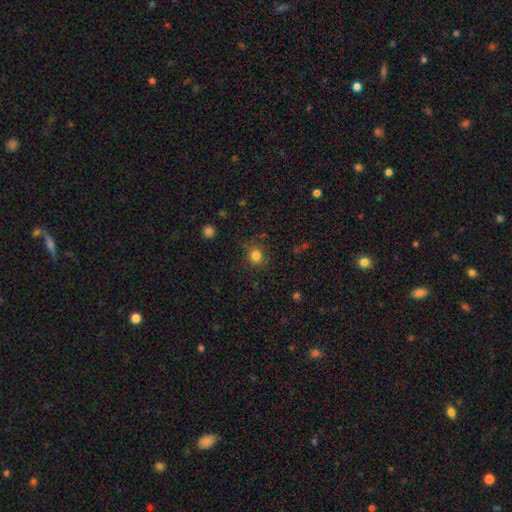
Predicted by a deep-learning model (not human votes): Overall: smooth (82%). How rounded: round (86%). Merging: none (82%).